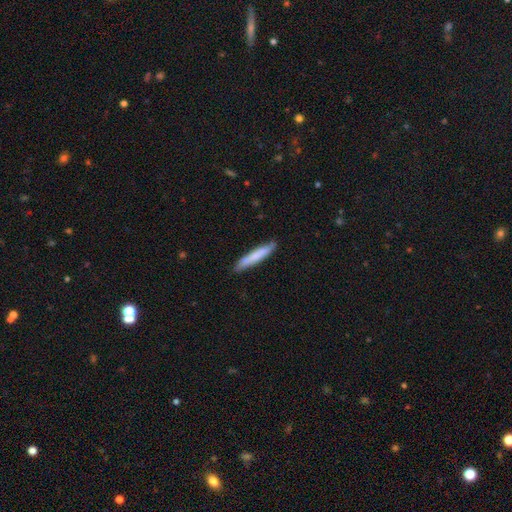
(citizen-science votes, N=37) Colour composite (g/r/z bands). It shows a smooth galaxy with no disk features (76%) that is cigar-shaped (96%). Merging: none (89%).